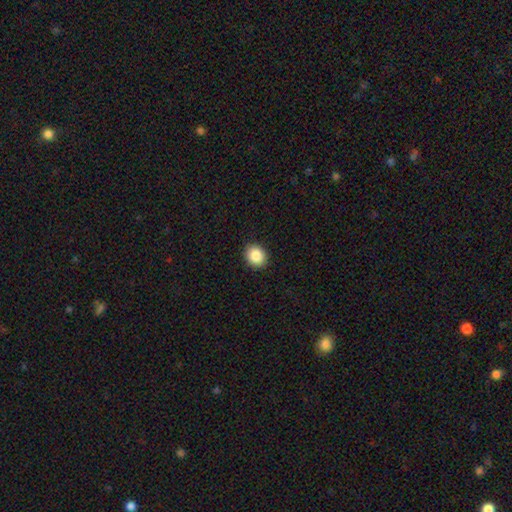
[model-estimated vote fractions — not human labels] A smooth galaxy with no disk features (87%) that is round (61%). Merging: none (91%).